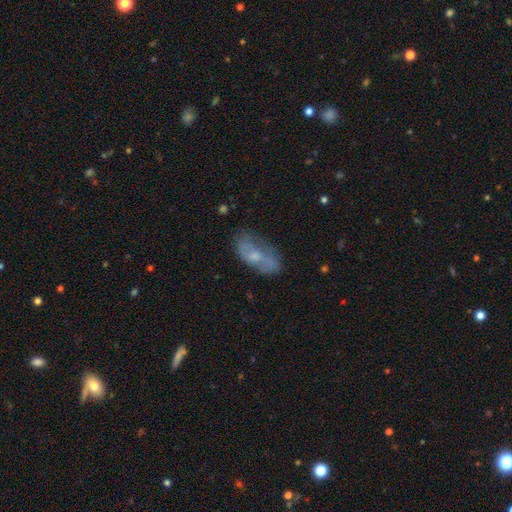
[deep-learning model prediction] The model was most divided on "smooth or featured": featured or disk: 50%, smooth: 41%, star or artifact: 9%. More confident: edge-on disk — no (90%); merging — none (54%).